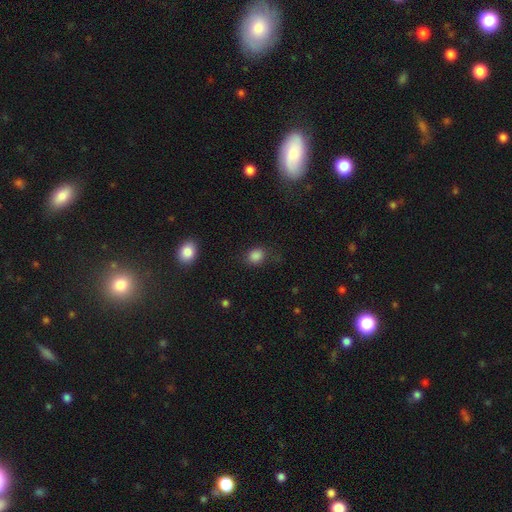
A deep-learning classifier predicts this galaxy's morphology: Smooth or featured? smooth (84%)
How rounded? round (60%)
Merging? none (74%)